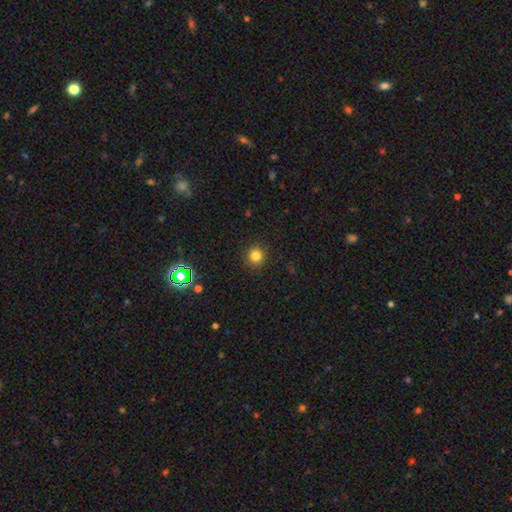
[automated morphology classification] Smooth or featured? smooth (81%)
How rounded? round (92%)
Merging? none (90%)